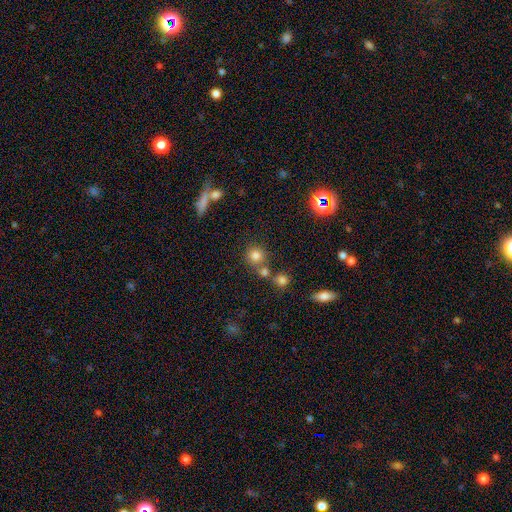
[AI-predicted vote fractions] A smooth galaxy with no disk features (78%) that is round (90%).

Vote fractions:
- Smooth or featured? smooth: 78% / star or artifact: 15% / featured or disk: 7%
- How rounded? round: 90% / in between: 9% / cigar-shaped: 1%
- Merging? none: 65% / merger: 22% / minor disturbance: 9% / major disturbance: 4%